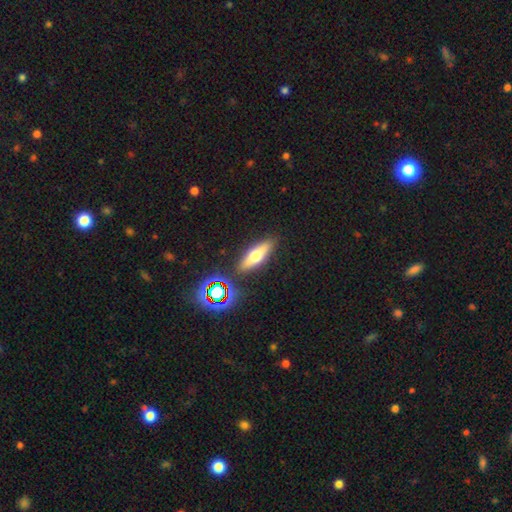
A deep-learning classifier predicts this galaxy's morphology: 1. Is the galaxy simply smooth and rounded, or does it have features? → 50% smooth, 40% featured or disk, 11% star or artifact.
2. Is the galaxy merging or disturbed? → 85% none, 8% minor disturbance, 4% merger, 2% major disturbance.